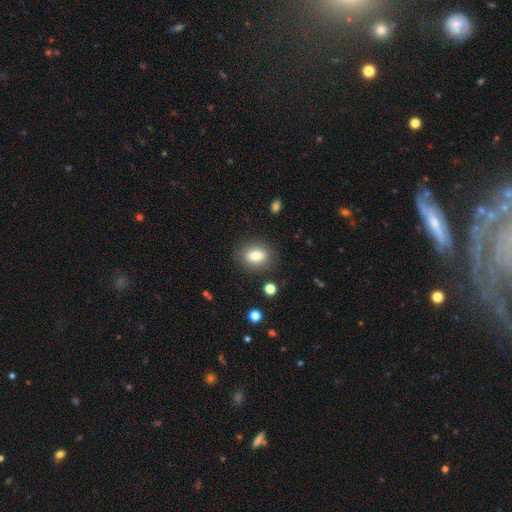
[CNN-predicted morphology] smooth-or-featured: smooth: 82% | featured or disk: 9% | star or artifact: 9%
  how-rounded: in between: 69% | round: 29% | cigar-shaped: 2%
  merging: none: 85% | minor disturbance: 10% | major disturbance: 3% | merger: 2%